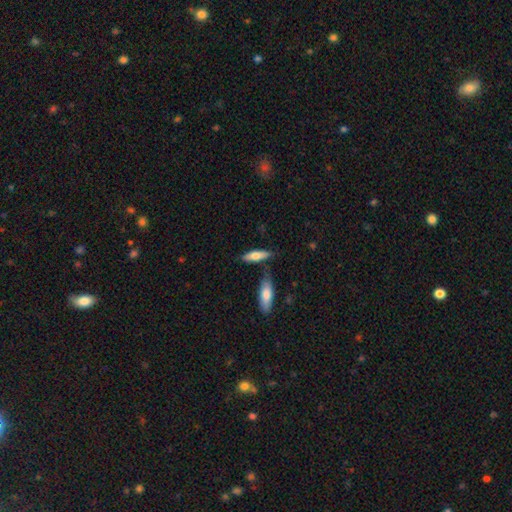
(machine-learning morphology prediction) A smooth galaxy with no disk features (67%) that is cigar-shaped (56%). Merging: none (71%).